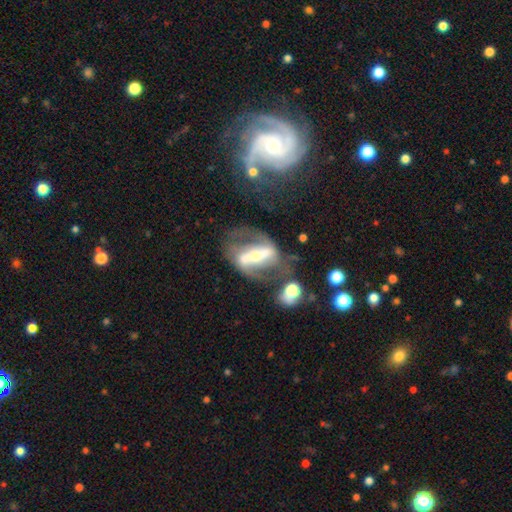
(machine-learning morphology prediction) smooth_or_featured: featured or disk (p=0.81) [alt: smooth p=0.11]
disk_edge_on: no (p=0.92) [alt: yes p=0.08]
bar: strong (p=0.69) [alt: weak p=0.18]
has_spiral_arms: yes (p=0.79) [alt: no p=0.21]
spiral_winding: loose (p=0.41) [tied with: medium p=0.41]
spiral_arm_count: 2 (p=0.85) [alt: can't tell p=0.08]
bulge_size: small (p=0.47) [alt: moderate p=0.40]
merging: none (p=0.45) [alt: major disturbance p=0.23]